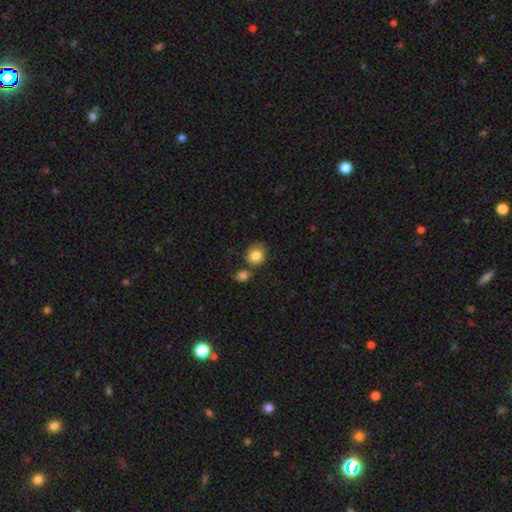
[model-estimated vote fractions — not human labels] Smooth or featured? smooth (84%)
How rounded? round (75%)
Merging? none (63%)